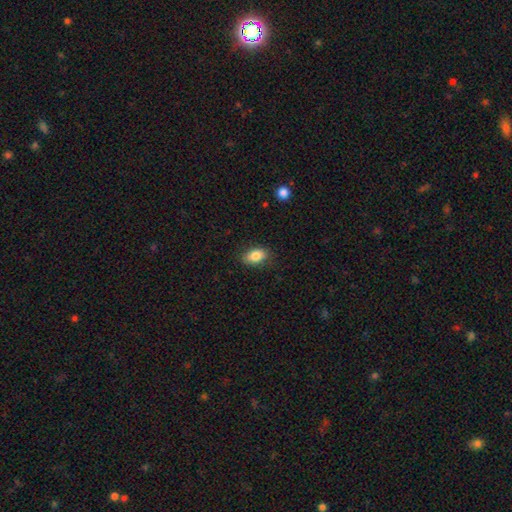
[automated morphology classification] Overall: smooth (85%). How rounded: in between (88%). Merging: none (84%).